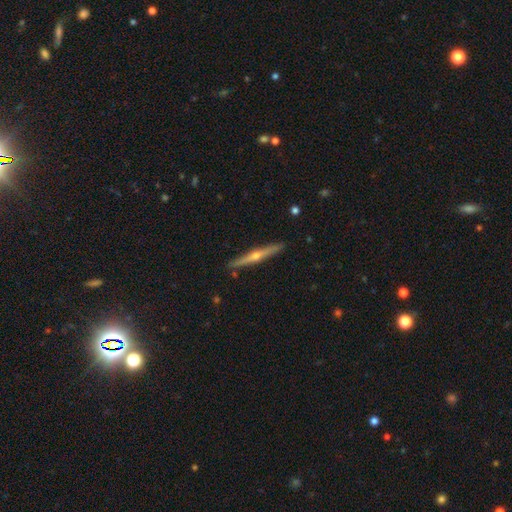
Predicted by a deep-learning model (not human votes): Overall: featured or disk (75%). Edge-on disk: yes (98%). Edge-on bulge: rounded (89%). Merging: none (91%).